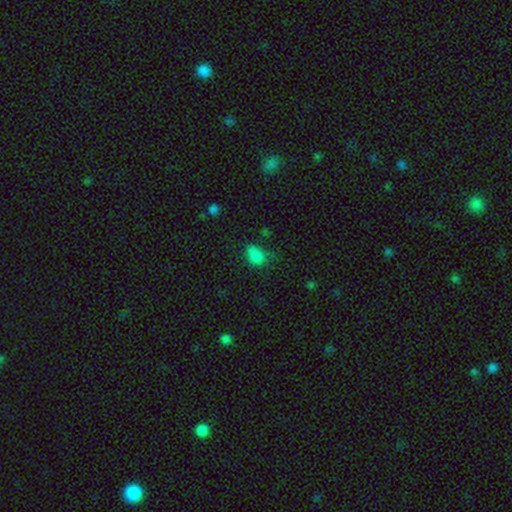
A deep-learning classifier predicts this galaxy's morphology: Overall: smooth (80%). How rounded: in between (66%; round 32%). Merging: none (50%; minor disturbance 32%).